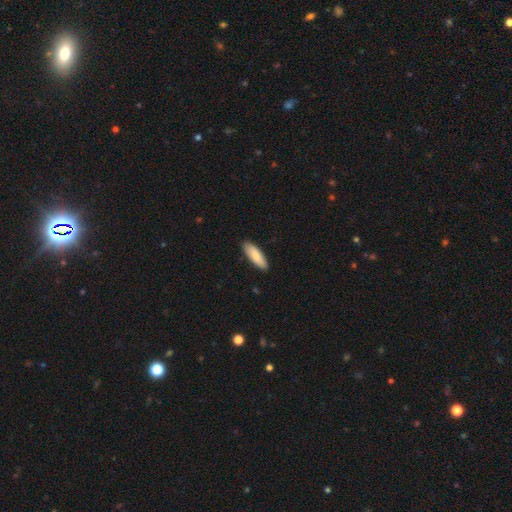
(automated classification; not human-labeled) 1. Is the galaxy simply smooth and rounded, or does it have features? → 84% smooth, 11% featured or disk, 5% star or artifact.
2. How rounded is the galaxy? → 54% in between, 44% cigar-shaped, 2% round.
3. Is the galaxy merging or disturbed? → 88% none, 9% minor disturbance, 2% major disturbance, 1% merger.